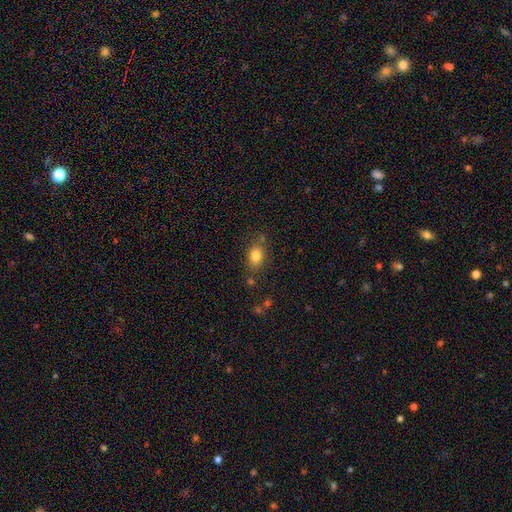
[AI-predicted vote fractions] Smooth or featured? smooth (82%)
How rounded? in between (73%)
Merging? none (76%)